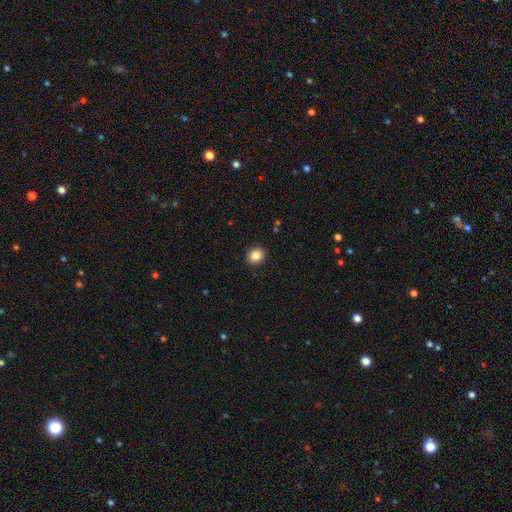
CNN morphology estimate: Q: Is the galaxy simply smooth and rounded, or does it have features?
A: smooth — 85%.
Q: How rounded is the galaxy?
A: round — 73%.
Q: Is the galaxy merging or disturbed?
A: none — 91%.